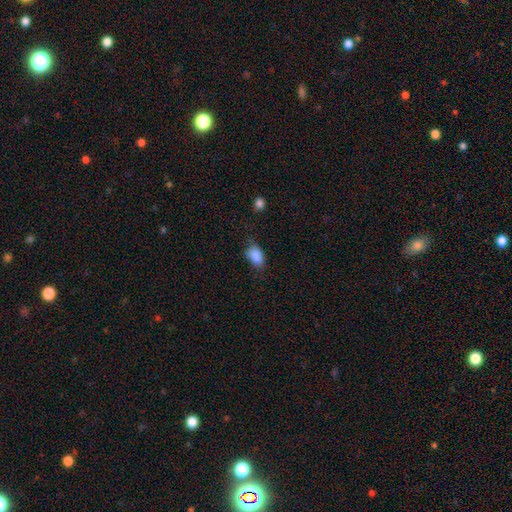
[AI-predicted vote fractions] Smooth or featured: smooth — 88% (star or artifact — 8%)
How rounded: in between — 89% (round — 9%)
Merging: none — 68% (minor disturbance — 25%)